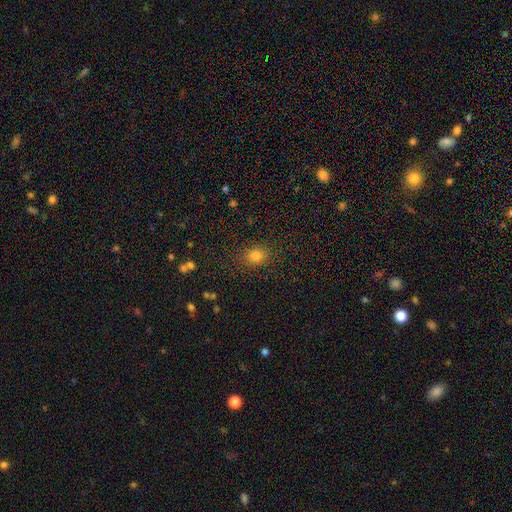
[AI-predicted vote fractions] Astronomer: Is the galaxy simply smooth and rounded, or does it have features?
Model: smooth — 80%.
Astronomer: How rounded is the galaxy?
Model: round — 51% (runner-up: in between, 48%).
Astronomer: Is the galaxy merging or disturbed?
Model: none — 84%.